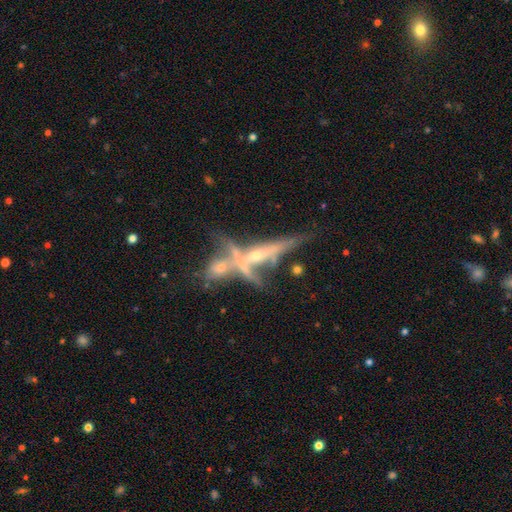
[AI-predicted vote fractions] smooth_or_featured: featured or disk (p=0.74) [alt: smooth p=0.14]
disk_edge_on: yes (p=0.76) [alt: no p=0.24]
edge_on_bulge: rounded (p=0.73) [alt: none p=0.20]
merging: merger (p=0.51) [alt: none p=0.29]